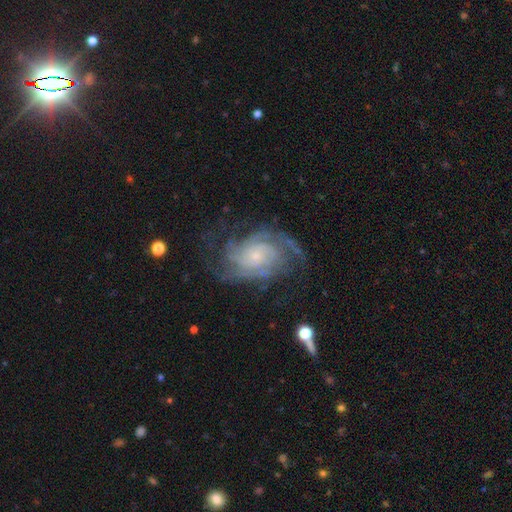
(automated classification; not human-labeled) Morphology: type=featured or disk (88%); edge-on=no (97%); bar=no (73%); spiral arms=yes (97%); winding=tight (57%); arm count=can't tell (26%); bulge=small (76%); merging=none (67%).